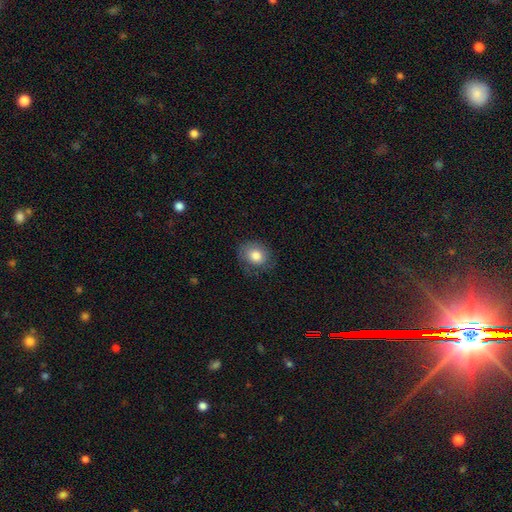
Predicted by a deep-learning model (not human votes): This appears to be a smooth galaxy with no disk features (80%) that is round (59%). Merging: none (72%).